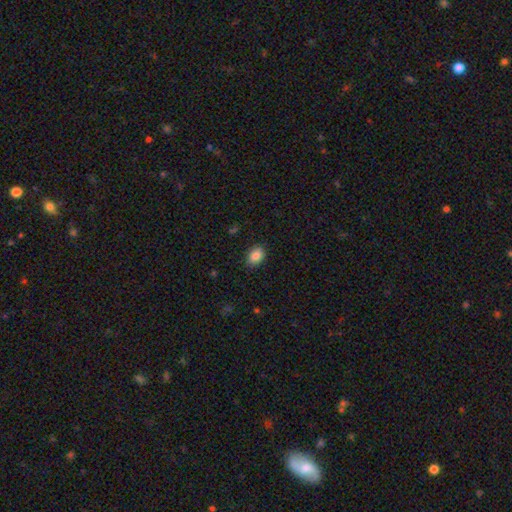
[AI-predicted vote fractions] smooth_or_featured: smooth (p=0.86) [alt: star or artifact p=0.08]
how_rounded: in between (p=0.81) [alt: round p=0.18]
merging: none (p=0.87) [alt: minor disturbance p=0.10]